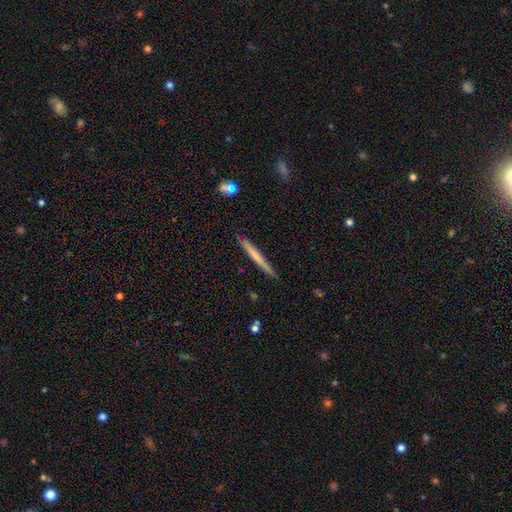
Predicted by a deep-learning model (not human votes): Smooth or featured? Predicted: smooth (p=0.56). How rounded? Predicted: cigar-shaped (p=0.97). Merging? Predicted: none (p=0.90).